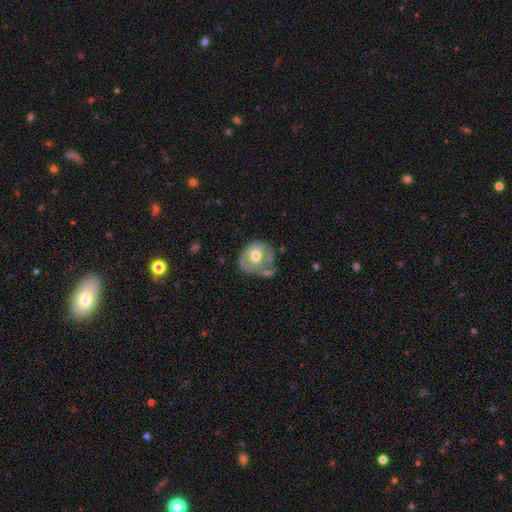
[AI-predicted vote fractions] smooth-or-featured: featured or disk: 47% | smooth: 46% | star or artifact: 6%
  merging: none: 40% | minor disturbance: 27% | merger: 17% | major disturbance: 16%